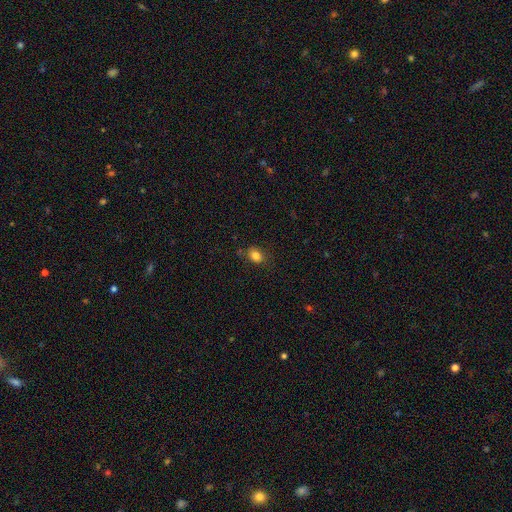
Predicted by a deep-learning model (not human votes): Morphology: type=smooth (83%); roundness=in between (61%); merging=none (77%).